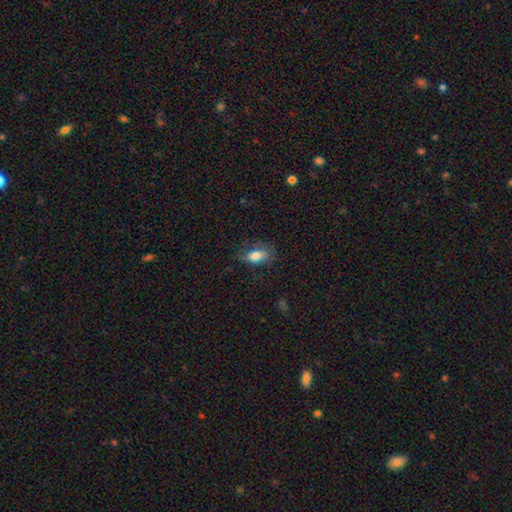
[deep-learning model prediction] Smooth or featured?
  - smooth: 78% *
  - featured or disk: 14%
  - star or artifact: 8%
How rounded?
  - in between: 87% *
  - cigar-shaped: 7%
  - round: 6%
Merging?
  - none: 65% *
  - minor disturbance: 24%
  - major disturbance: 10%
  - merger: 1%